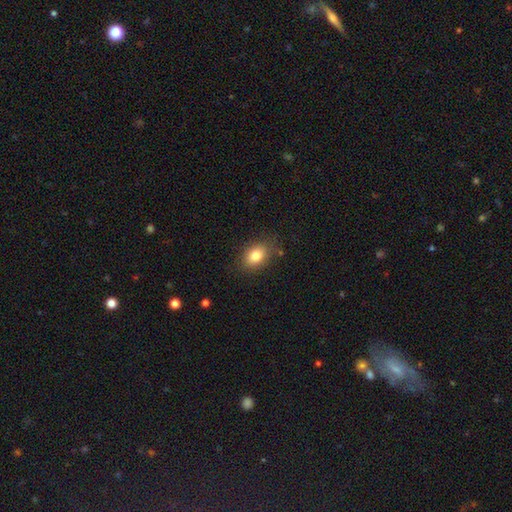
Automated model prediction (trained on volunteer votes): Morphology: type=smooth (82%); roundness=in between (71%); merging=none (80%).